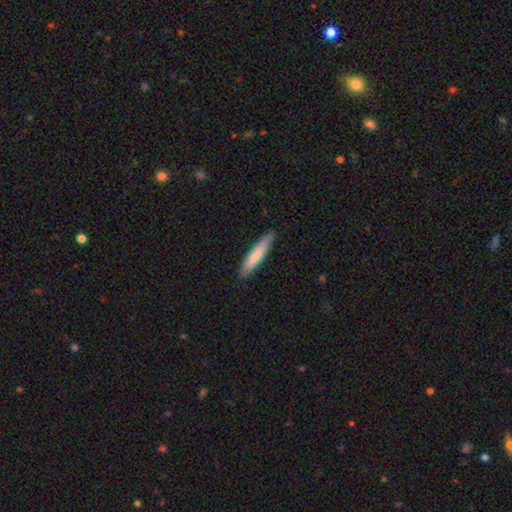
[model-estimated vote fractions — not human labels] This is likely a smooth galaxy (75%). How rounded: clearly cigar-shaped (87%). Merging: clearly none (88%).